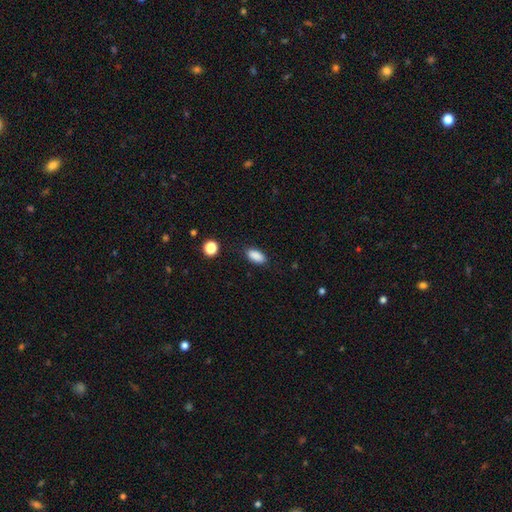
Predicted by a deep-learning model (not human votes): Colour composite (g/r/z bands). It shows a smooth galaxy with no disk features (88%) that is in between round and cigar-shaped (90%). Merging: none (85%).